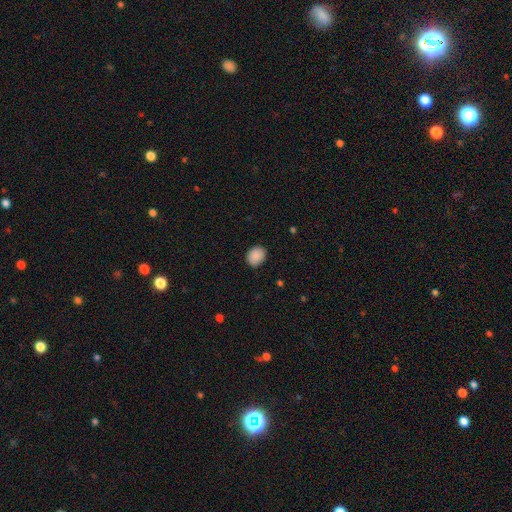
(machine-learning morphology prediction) Smooth or featured? smooth (89%)
How rounded? round (53%)
Merging? none (85%)